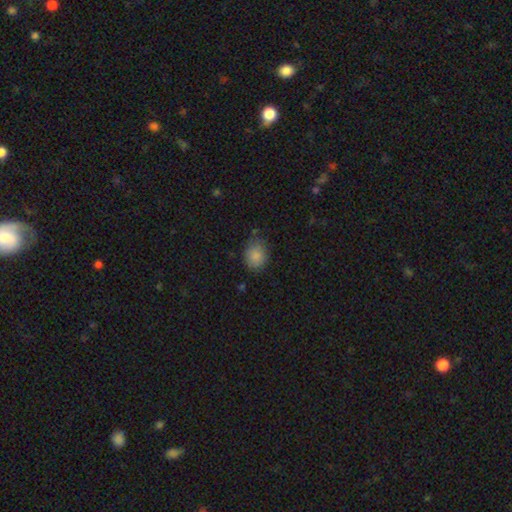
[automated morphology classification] A smooth galaxy with no disk features (86%) that is in between round and cigar-shaped (50%).

Vote fractions:
- Smooth or featured? smooth: 86% / star or artifact: 8% / featured or disk: 5%
- How rounded? in between: 50% / round: 49% / cigar-shaped: 1%
- Merging? none: 70% / minor disturbance: 23% / major disturbance: 5% / merger: 2%